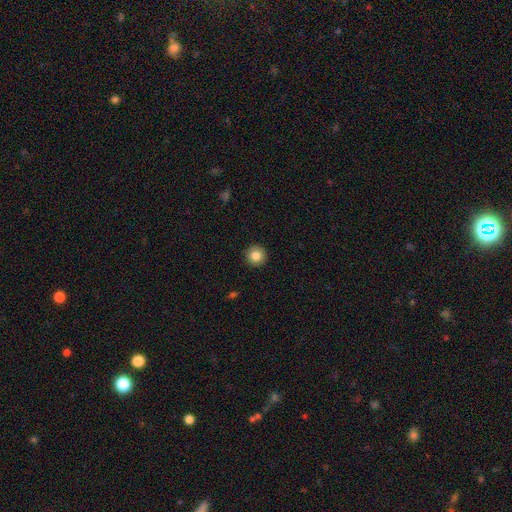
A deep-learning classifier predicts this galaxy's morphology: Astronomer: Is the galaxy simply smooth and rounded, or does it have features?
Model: smooth — 84%.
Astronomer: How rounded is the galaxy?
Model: round — 96%.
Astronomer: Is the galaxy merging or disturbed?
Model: none — 93%.